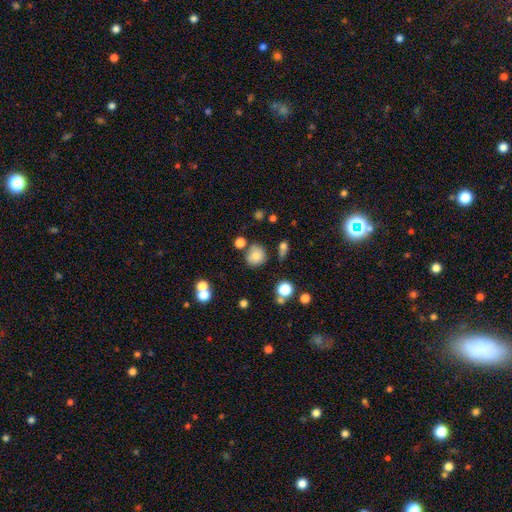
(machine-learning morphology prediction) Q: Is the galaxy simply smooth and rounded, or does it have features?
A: smooth — 77%.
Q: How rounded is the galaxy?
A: round — 83%.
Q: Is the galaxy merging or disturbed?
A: none — 72%.